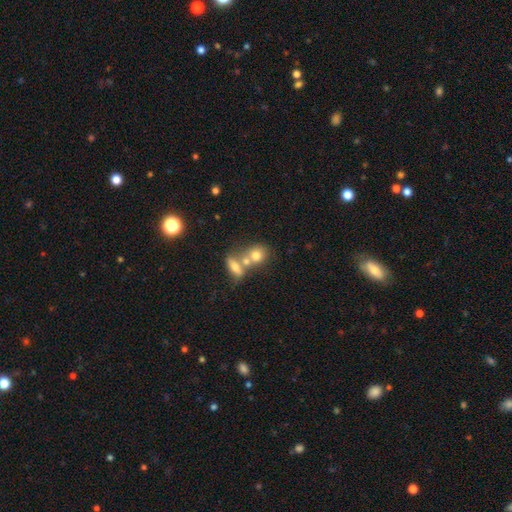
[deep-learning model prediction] Overall: smooth (74%). How rounded: round (55%; in between 42%). Merging: merger (54%; none 34%).